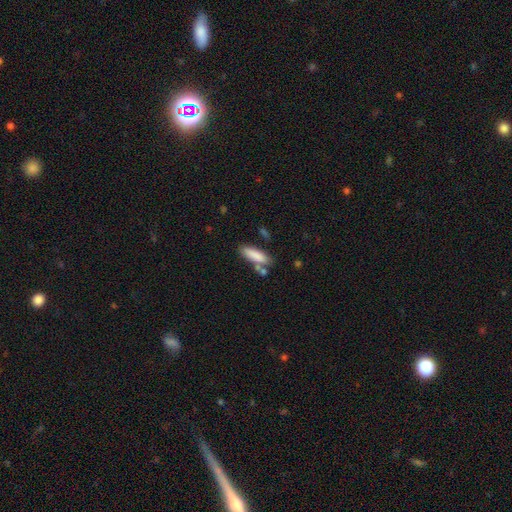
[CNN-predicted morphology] Smooth or featured?
  - smooth: 84% *
  - featured or disk: 10%
  - star or artifact: 6%
How rounded?
  - cigar-shaped: 51% *
  - in between: 47%
  - round: 2%
Merging?
  - none: 65% *
  - minor disturbance: 16%
  - merger: 15%
  - major disturbance: 5%